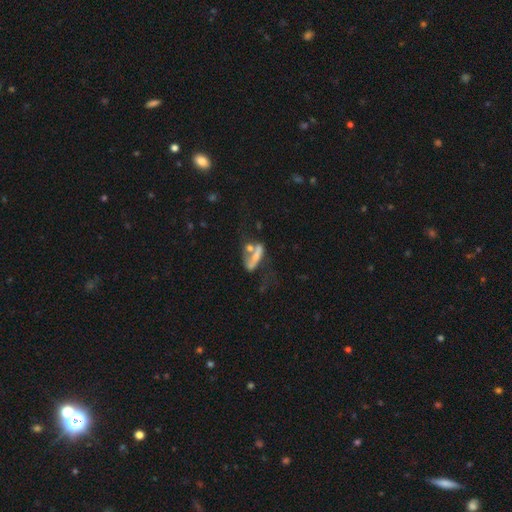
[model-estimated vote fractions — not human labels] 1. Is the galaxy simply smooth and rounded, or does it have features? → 48% smooth, 39% featured or disk, 13% star or artifact.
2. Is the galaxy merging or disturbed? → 37% merger, 28% major disturbance, 22% none, 14% minor disturbance.